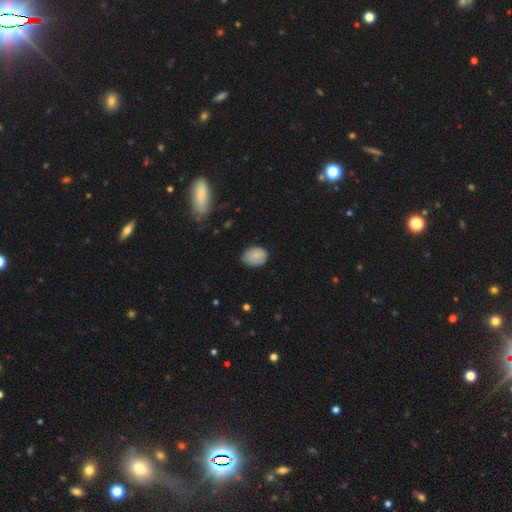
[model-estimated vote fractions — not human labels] Q: Smooth or featured?
A: smooth (82%); runner-up: featured or disk (11%)
Q: How rounded?
A: in between (68%); runner-up: round (31%)
Q: Merging?
A: none (72%); runner-up: minor disturbance (22%)